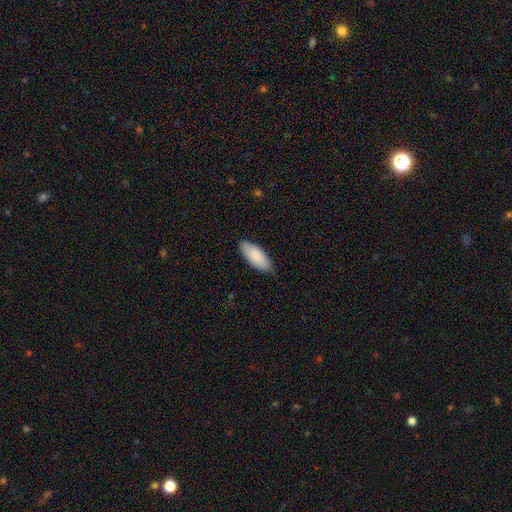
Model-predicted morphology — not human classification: A smooth galaxy with no disk features (88%) that is in between round and cigar-shaped (86%).

Vote fractions:
- Smooth or featured? smooth: 88% / featured or disk: 7% / star or artifact: 5%
- How rounded? in between: 86% / cigar-shaped: 13% / round: 1%
- Merging? none: 79% / minor disturbance: 18% / major disturbance: 2% / merger: 1%